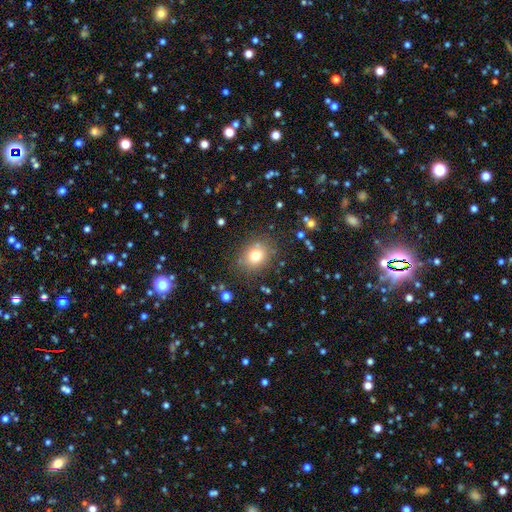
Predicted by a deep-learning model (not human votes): Smooth or featured?
  - smooth: 75% *
  - star or artifact: 14%
  - featured or disk: 10%
How rounded?
  - round: 65% *
  - in between: 34%
  - cigar-shaped: 1%
Merging?
  - none: 82% *
  - minor disturbance: 11%
  - major disturbance: 4%
  - merger: 3%